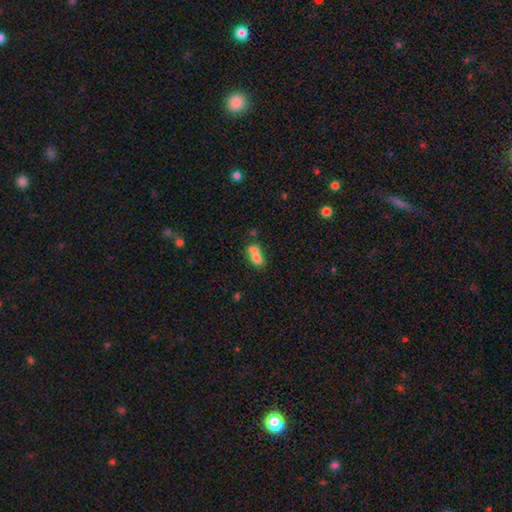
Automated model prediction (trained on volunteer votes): A smooth galaxy with no disk features (71%) that is in between round and cigar-shaped (72%).

Vote fractions:
- Smooth or featured? smooth: 71% / featured or disk: 19% / star or artifact: 10%
- How rounded? in between: 72% / round: 20% / cigar-shaped: 8%
- Merging? merger: 58% / none: 25% / minor disturbance: 11% / major disturbance: 6%